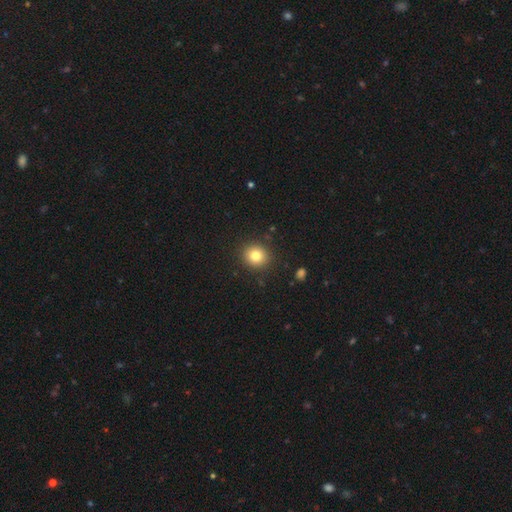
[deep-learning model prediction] Morphology: type=smooth (81%); roundness=round (88%); merging=none (90%).